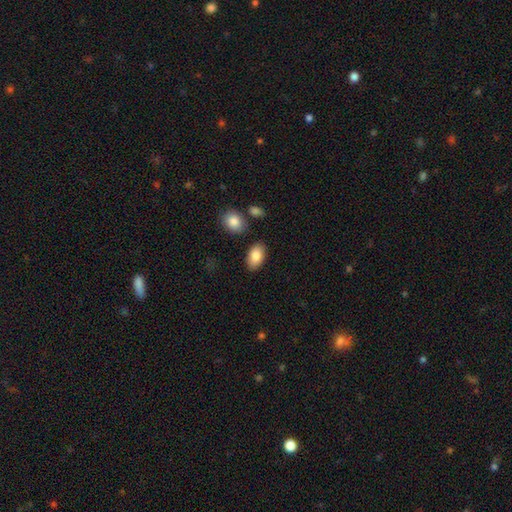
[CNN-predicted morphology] The model was most divided on "merging": none: 84%, minor disturbance: 10%, merger: 4%, major disturbance: 3%. More confident: how rounded — in between (93%); smooth or featured — smooth (85%).